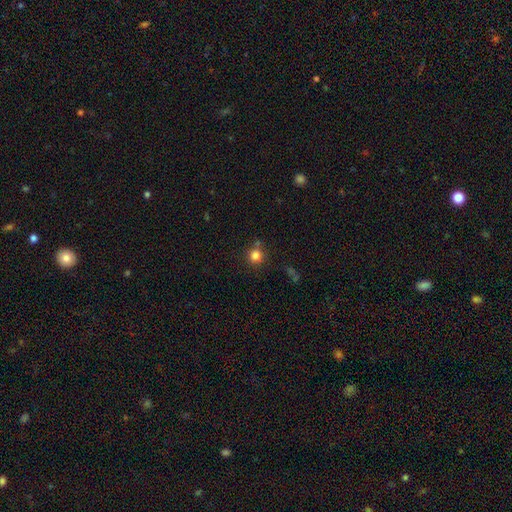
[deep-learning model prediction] Smooth or featured? Predicted: smooth (p=0.82). How rounded? Predicted: round (p=0.92). Merging? Predicted: none (p=0.79).